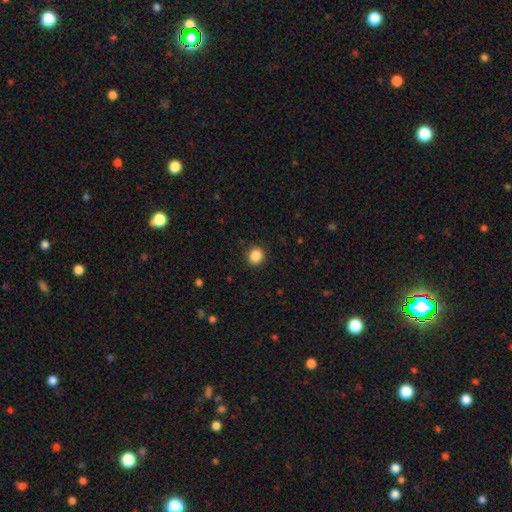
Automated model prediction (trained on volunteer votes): A smooth galaxy with no disk features (87%) that is round (87%).

Vote fractions:
- Smooth or featured? smooth: 87% / star or artifact: 10% / featured or disk: 3%
- How rounded? round: 87% / in between: 12% / cigar-shaped: 1%
- Merging? none: 91% / minor disturbance: 6% / major disturbance: 2% / merger: 1%